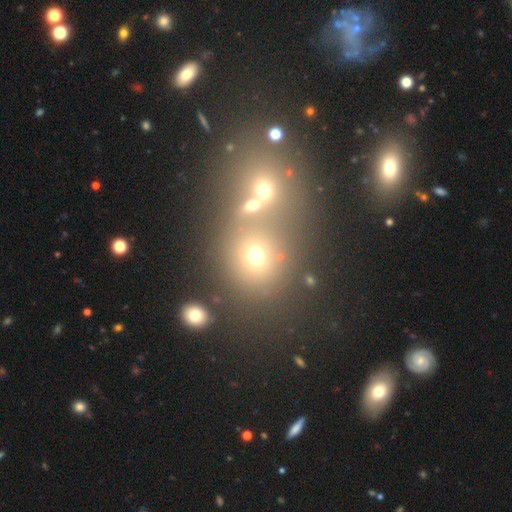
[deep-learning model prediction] Overall: smooth (69%). How rounded: round (77%). Merging: merger (44%; none 43%).